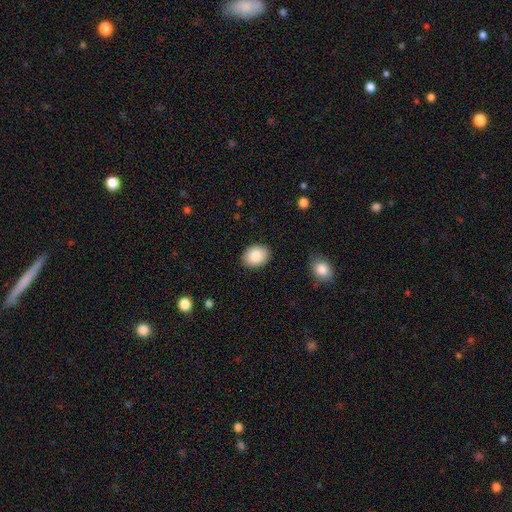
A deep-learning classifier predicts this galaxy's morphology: smooth 88%, star or artifact 7%, featured or disk 5%. Down the decision tree: how rounded — in between (66%); merging — none (89%).